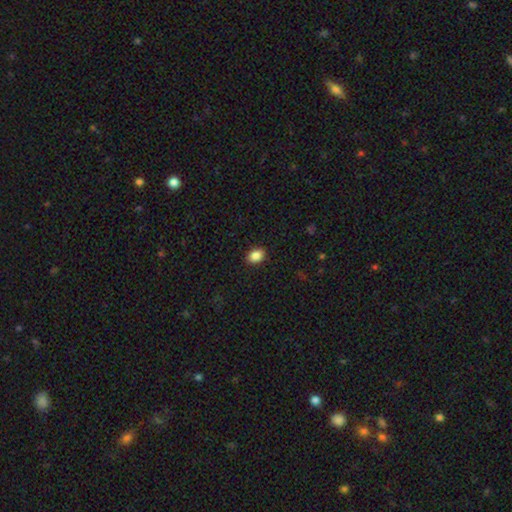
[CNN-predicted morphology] This is clearly a smooth galaxy (87%). How rounded: likely in between (66%). Merging: clearly none (90%).